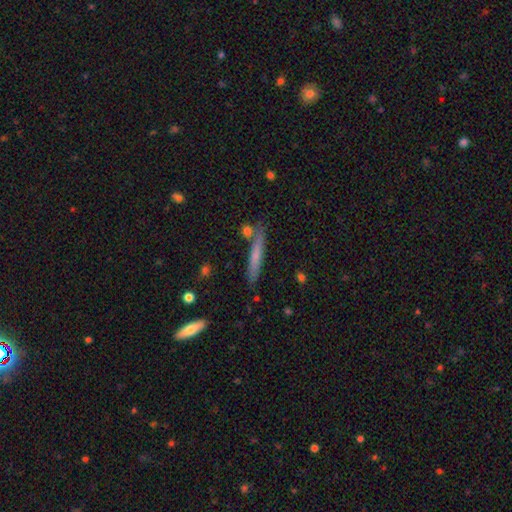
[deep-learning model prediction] smooth_or_featured: smooth (p=0.61) [alt: featured or disk p=0.32]
how_rounded: cigar-shaped (p=0.94) [alt: in between p=0.04]
merging: none (p=0.81) [alt: minor disturbance p=0.12]